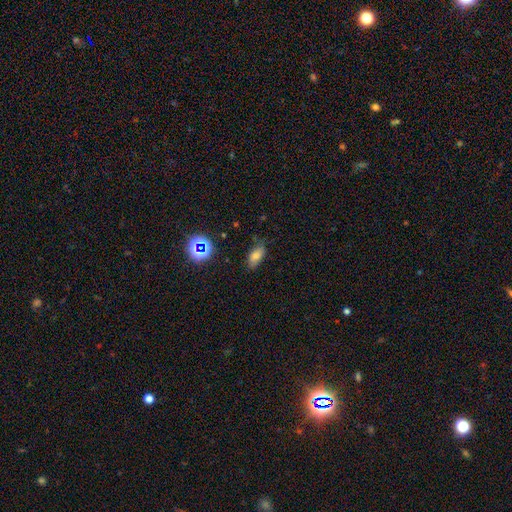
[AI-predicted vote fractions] Morphology: type=smooth (72%); roundness=in between (86%); merging=none (71%).